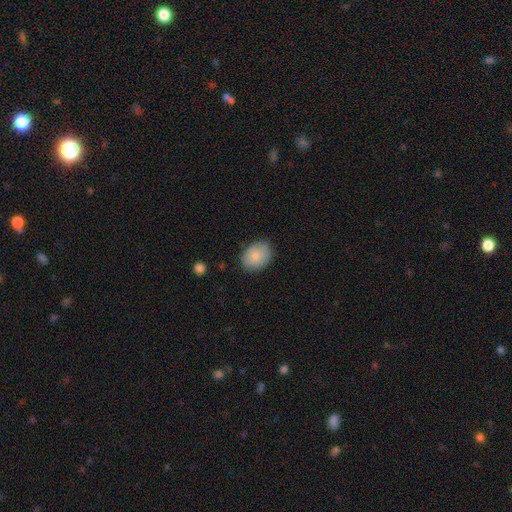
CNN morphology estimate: Smooth or featured: smooth — 83% (featured or disk — 10%)
How rounded: in between — 69% (round — 30%)
Merging: none — 78% (minor disturbance — 18%)